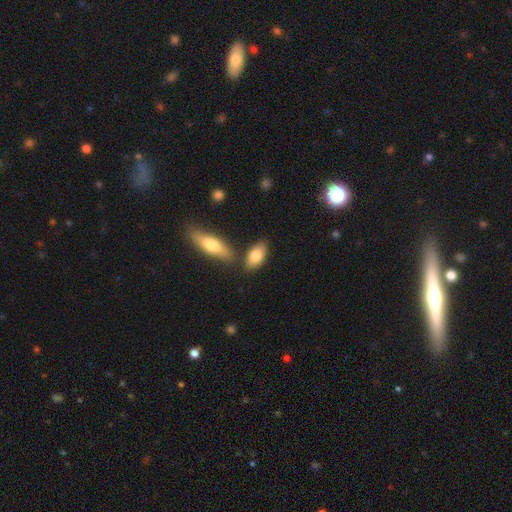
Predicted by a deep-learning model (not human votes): Morphology: type=smooth (80%); roundness=in between (88%); merging=none (72%).